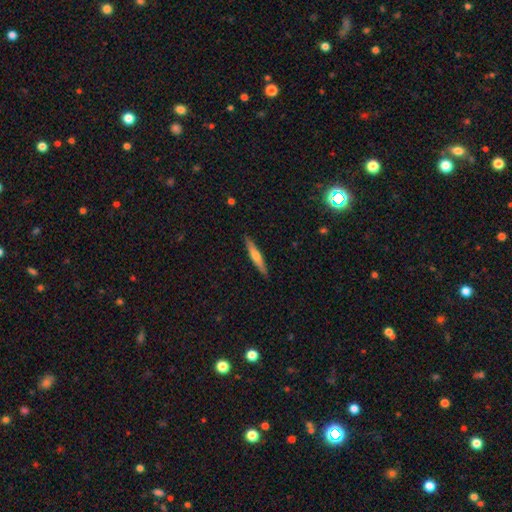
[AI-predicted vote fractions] A smooth galaxy with no disk features (49%).

Vote fractions:
- Smooth or featured? smooth: 49% / featured or disk: 45% / star or artifact: 6%
- Merging? none: 90% / minor disturbance: 8% / major disturbance: 1% / merger: 1%